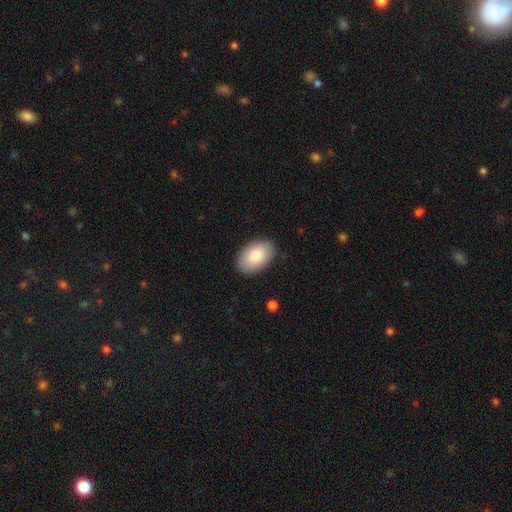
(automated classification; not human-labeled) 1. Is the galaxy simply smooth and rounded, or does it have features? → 85% smooth, 9% featured or disk, 6% star or artifact.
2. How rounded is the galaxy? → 93% in between, 6% round, 1% cigar-shaped.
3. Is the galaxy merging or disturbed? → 87% none, 9% minor disturbance, 2% major disturbance, 1% merger.